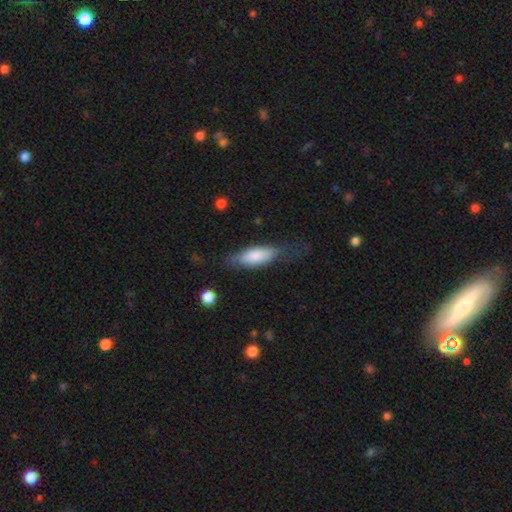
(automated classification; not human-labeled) A smooth galaxy with no disk features (76%) that is in between round and cigar-shaped (69%). Merging: none (52%).